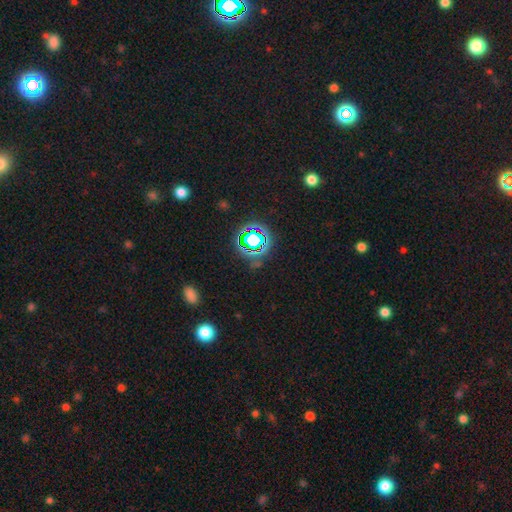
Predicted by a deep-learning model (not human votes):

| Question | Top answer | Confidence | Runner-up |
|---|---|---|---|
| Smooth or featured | star or artifact | 72% | smooth (19%) |